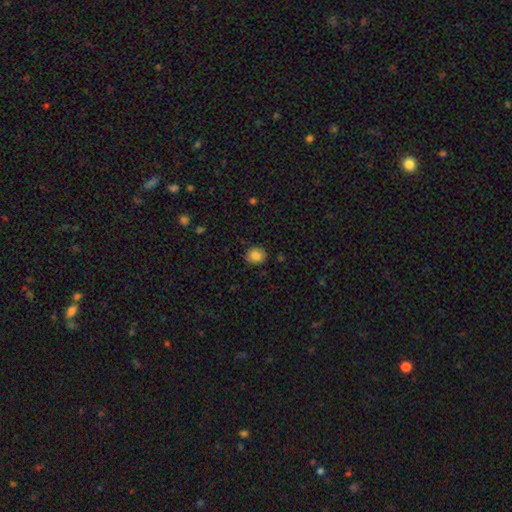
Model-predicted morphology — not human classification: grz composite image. It shows a smooth galaxy with no disk features (86%) that is round (64%). Merging: none (85%).